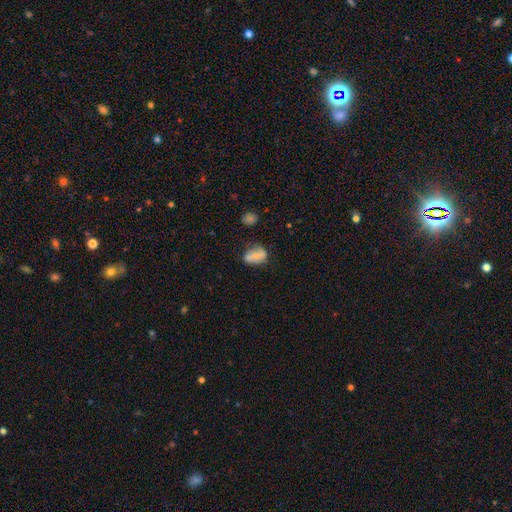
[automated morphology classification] smooth-or-featured: smooth: 64% | featured or disk: 26% | star or artifact: 10%
  how-rounded: in between: 83% | round: 14% | cigar-shaped: 4%
  merging: none: 48% | minor disturbance: 26% | merger: 15% | major disturbance: 11%